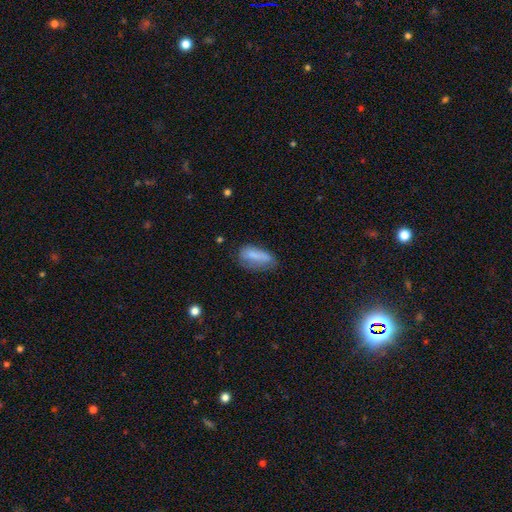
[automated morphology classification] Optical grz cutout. It shows a smooth galaxy with no disk features (76%) that is in between round and cigar-shaped (73%). Merging: none (46%).